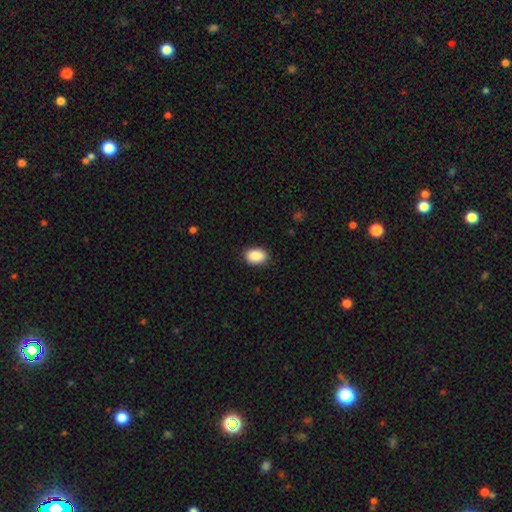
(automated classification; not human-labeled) The model was most divided on "how rounded": in between: 85%, round: 14%, cigar-shaped: 1%. More confident: smooth or featured — smooth (90%); merging — none (88%).